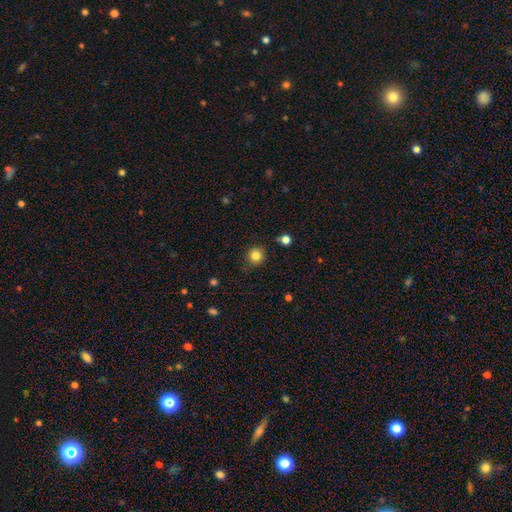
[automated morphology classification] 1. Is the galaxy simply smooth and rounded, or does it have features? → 83% smooth, 12% star or artifact, 6% featured or disk.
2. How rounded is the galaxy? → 88% round, 11% in between, 1% cigar-shaped.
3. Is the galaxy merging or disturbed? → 82% none, 13% minor disturbance, 3% major disturbance, 2% merger.